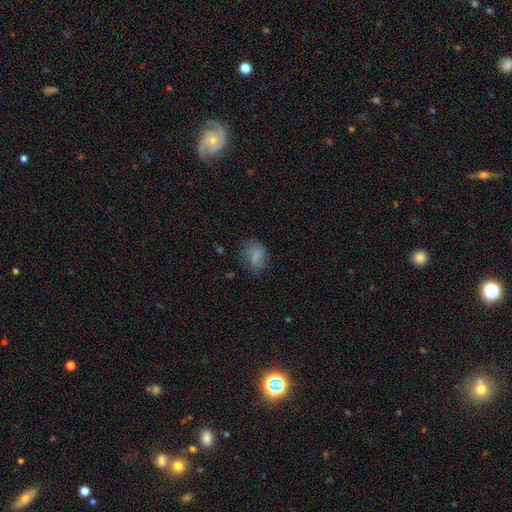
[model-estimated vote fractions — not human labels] Smooth or featured? smooth (72%)
How rounded? in between (61%)
Merging? none (59%)